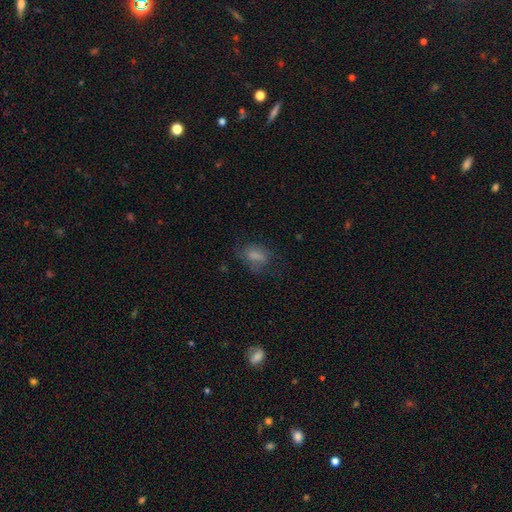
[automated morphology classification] Smooth or featured: smooth — 65% (featured or disk — 23%)
How rounded: in between — 82% (round — 13%)
Merging: none — 53% (minor disturbance — 24%)